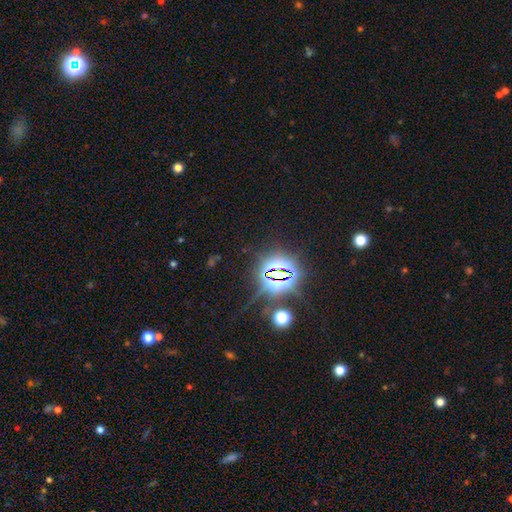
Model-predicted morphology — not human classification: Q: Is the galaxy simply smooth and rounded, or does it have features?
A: star or artifact — 82%.